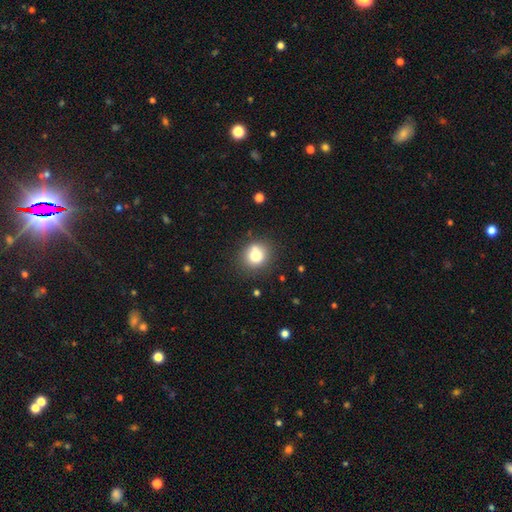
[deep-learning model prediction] smooth_or_featured: smooth (p=0.77) [alt: star or artifact p=0.12]
how_rounded: round (p=0.80) [alt: in between p=0.19]
merging: none (p=0.71) [alt: minor disturbance p=0.16]